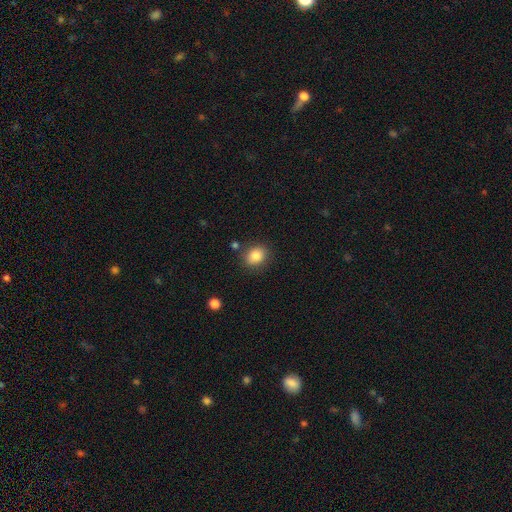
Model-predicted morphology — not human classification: Smooth or featured?
  - smooth: 83% *
  - star or artifact: 9%
  - featured or disk: 7%
How rounded?
  - round: 54% *
  - in between: 45%
  - cigar-shaped: 1%
Merging?
  - none: 82% *
  - minor disturbance: 11%
  - merger: 4%
  - major disturbance: 3%